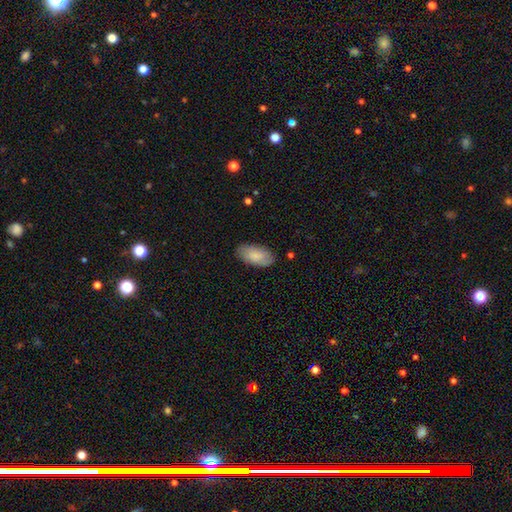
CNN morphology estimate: Overall: smooth (83%). How rounded: in between (94%). Merging: none (84%).